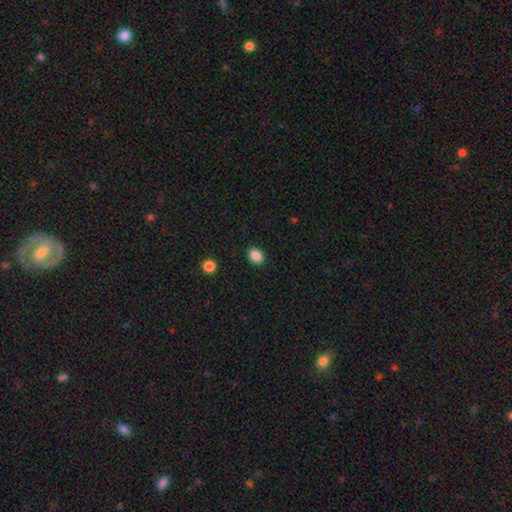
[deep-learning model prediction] smooth-or-featured: smooth: 87% | star or artifact: 9% | featured or disk: 3%
  how-rounded: in between: 61% | round: 38% | cigar-shaped: 1%
  merging: none: 90% | minor disturbance: 7% | major disturbance: 2% | merger: 1%